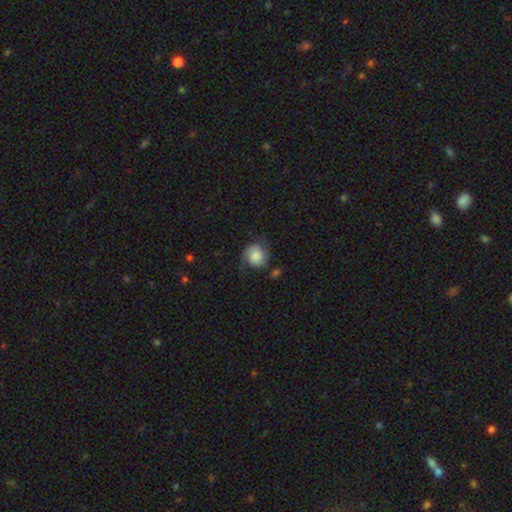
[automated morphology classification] type=featured or disk (49%); merging=none (59%).